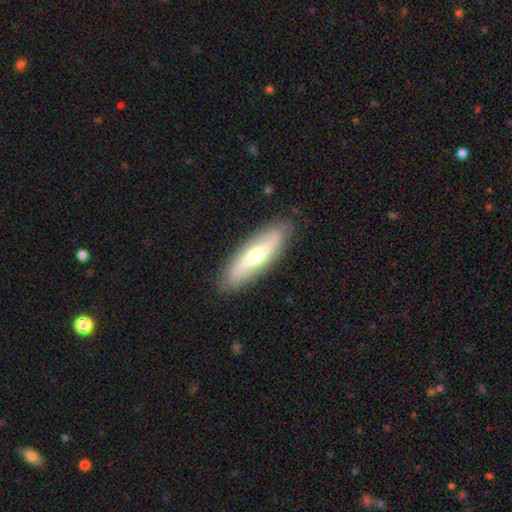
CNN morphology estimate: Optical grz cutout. It shows a featured or disk galaxy (51%). Merging: none (88%).